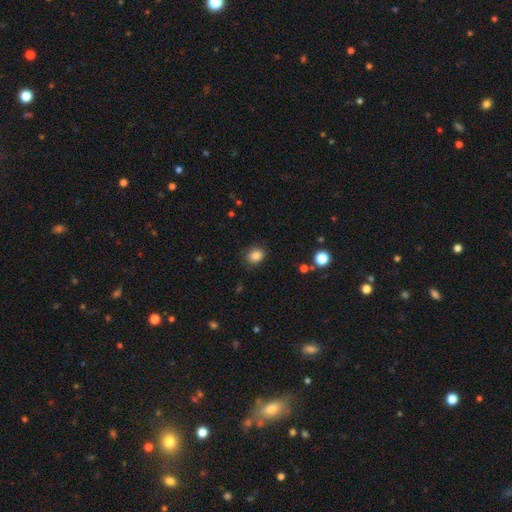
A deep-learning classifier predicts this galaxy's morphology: Smooth or featured: smooth — 86% (star or artifact — 10%)
How rounded: round — 53% (in between — 46%)
Merging: none — 84% (minor disturbance — 11%)